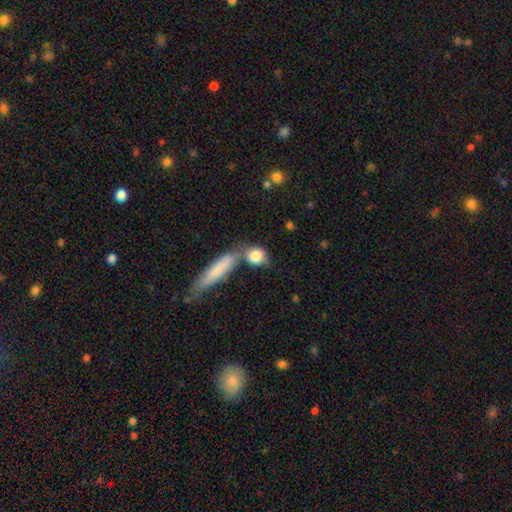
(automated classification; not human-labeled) This is clearly a smooth galaxy (82%). How rounded: possibly round (56%). Merging: possibly none (50%).